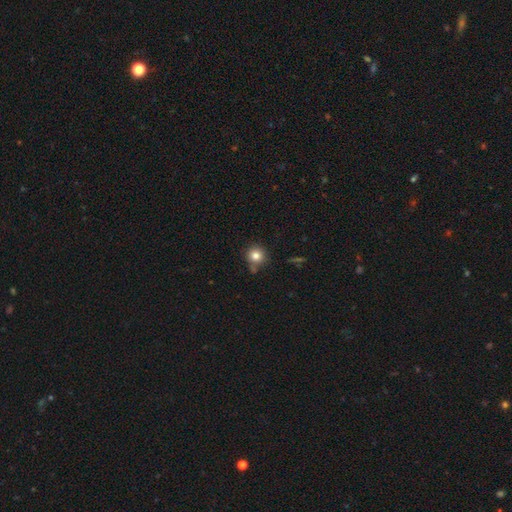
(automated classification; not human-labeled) Smooth or featured? Predicted: smooth (p=0.81). How rounded? Predicted: round (p=0.92). Merging? Predicted: none (p=0.75).